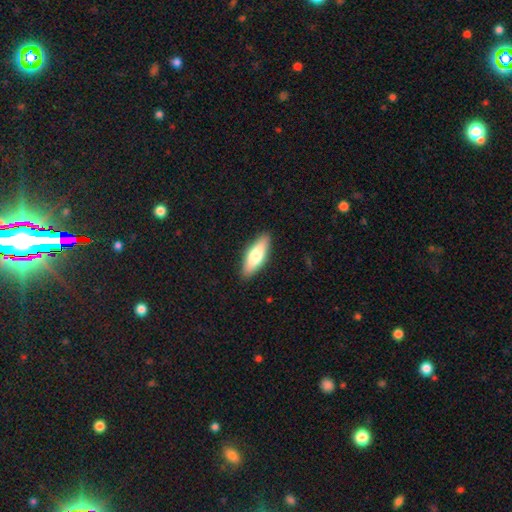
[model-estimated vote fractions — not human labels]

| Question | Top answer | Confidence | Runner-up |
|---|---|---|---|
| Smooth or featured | smooth | 68% | featured or disk (27%) |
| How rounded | in between | 57% | cigar-shaped (41%) |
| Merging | none | 89% | minor disturbance (8%) |